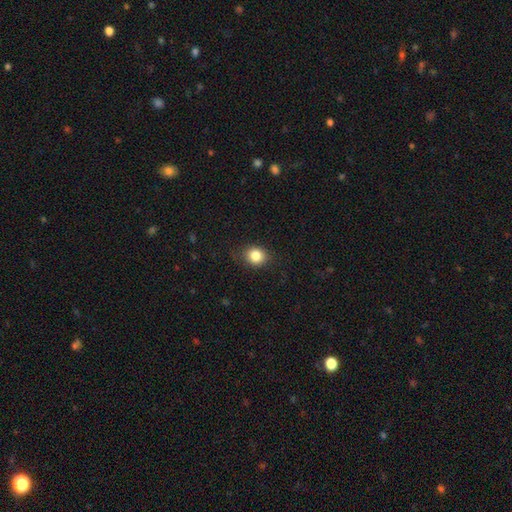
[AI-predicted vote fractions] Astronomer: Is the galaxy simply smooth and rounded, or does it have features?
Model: smooth — 83%.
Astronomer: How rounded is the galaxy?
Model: round — 66%.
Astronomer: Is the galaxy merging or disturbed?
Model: none — 83%.